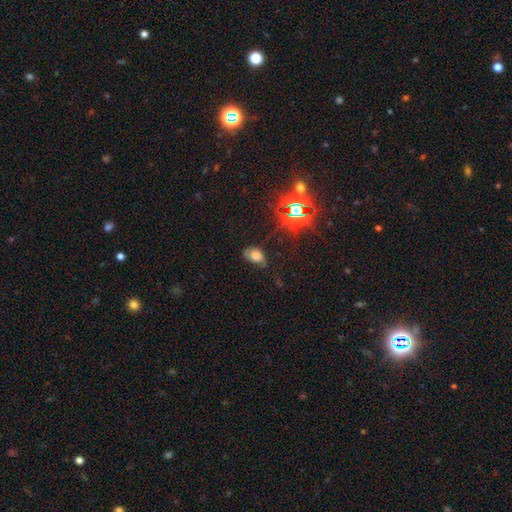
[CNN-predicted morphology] Q: Smooth or featured?
A: smooth (66%); runner-up: star or artifact (21%)
Q: How rounded?
A: in between (82%); runner-up: round (16%)
Q: Merging?
A: none (50%); runner-up: minor disturbance (33%)